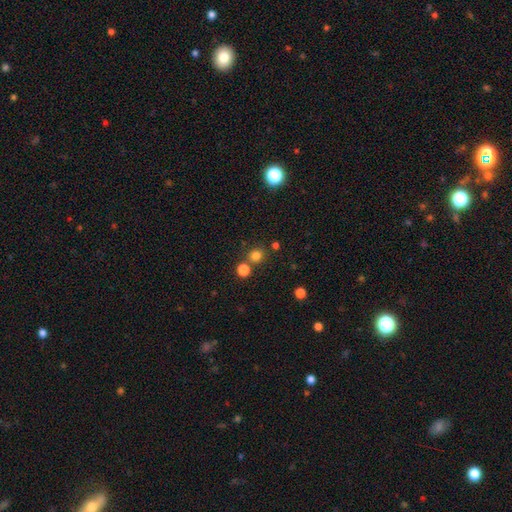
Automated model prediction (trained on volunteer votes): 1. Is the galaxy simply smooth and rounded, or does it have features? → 78% smooth, 17% star or artifact, 5% featured or disk.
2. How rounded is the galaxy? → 87% round, 12% in between, 1% cigar-shaped.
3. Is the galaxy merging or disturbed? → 75% none, 15% merger, 7% minor disturbance, 3% major disturbance.